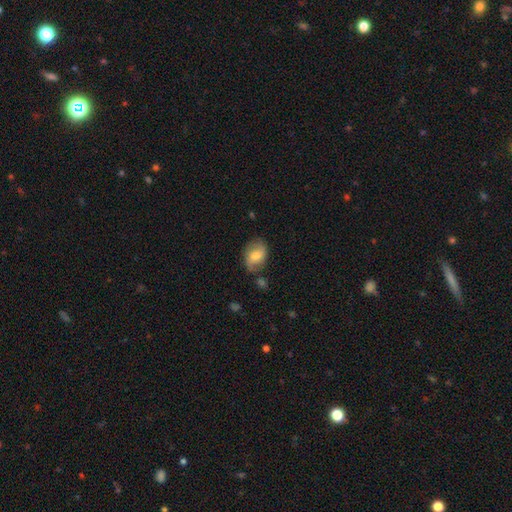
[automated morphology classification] This appears to be a smooth galaxy with no disk features (53%) that is in between round and cigar-shaped (76%). Merging: none (67%).